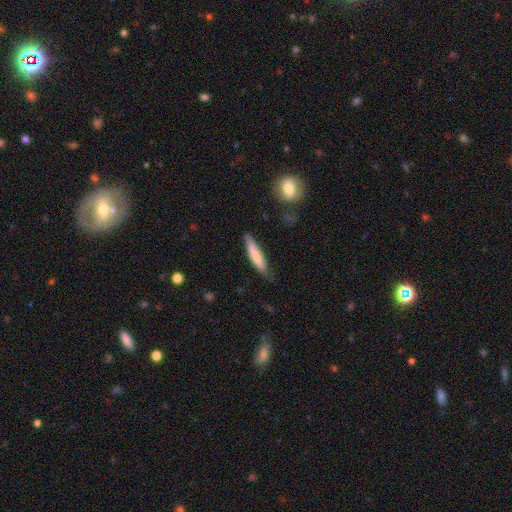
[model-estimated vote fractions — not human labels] A smooth galaxy with no disk features (74%) that is cigar-shaped (85%).

Vote fractions:
- Smooth or featured? smooth: 74% / featured or disk: 21% / star or artifact: 5%
- How rounded? cigar-shaped: 85% / in between: 14% / round: 1%
- Merging? none: 70% / minor disturbance: 23% / major disturbance: 4% / merger: 2%